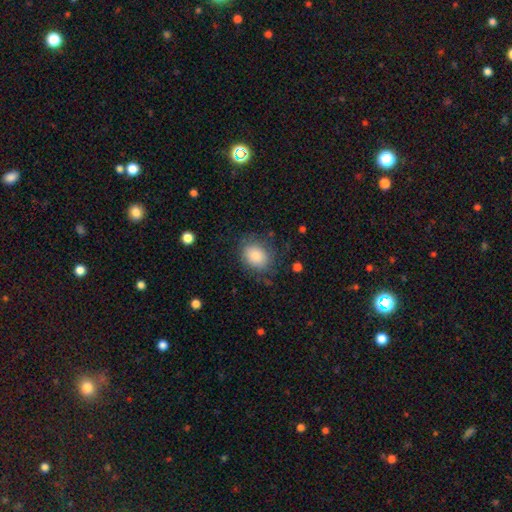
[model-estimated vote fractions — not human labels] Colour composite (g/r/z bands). It shows a smooth galaxy with no disk features (85%) that is in between round and cigar-shaped (59%). Merging: none (72%).